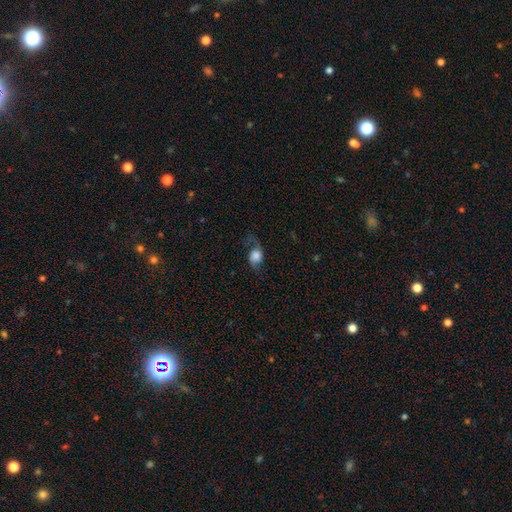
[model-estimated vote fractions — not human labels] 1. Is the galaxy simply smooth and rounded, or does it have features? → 45% smooth (tied), 45% featured or disk (tied), 10% star or artifact.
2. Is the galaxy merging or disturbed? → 52% none, 23% major disturbance, 23% minor disturbance, 2% merger.